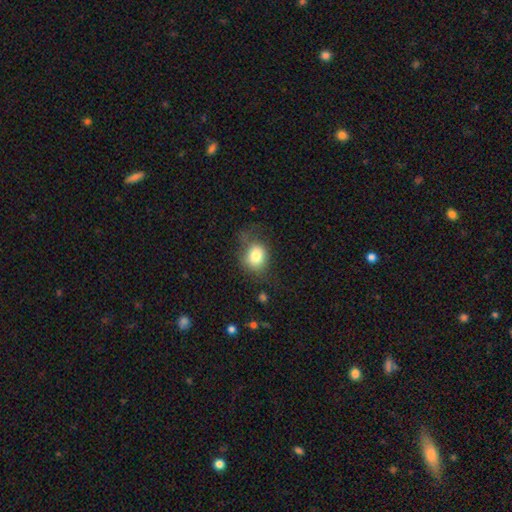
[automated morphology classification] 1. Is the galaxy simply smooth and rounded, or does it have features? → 79% smooth, 11% featured or disk, 10% star or artifact.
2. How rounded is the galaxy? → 62% round, 37% in between, 1% cigar-shaped.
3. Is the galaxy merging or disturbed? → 55% none, 27% minor disturbance, 16% major disturbance, 2% merger.